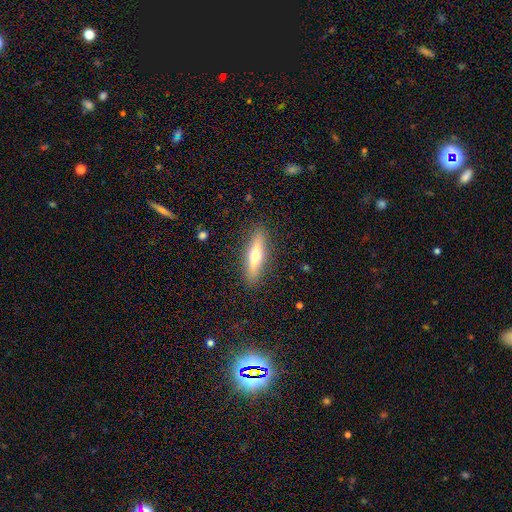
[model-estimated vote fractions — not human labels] A smooth galaxy with no disk features (49%). Merging: none (89%).